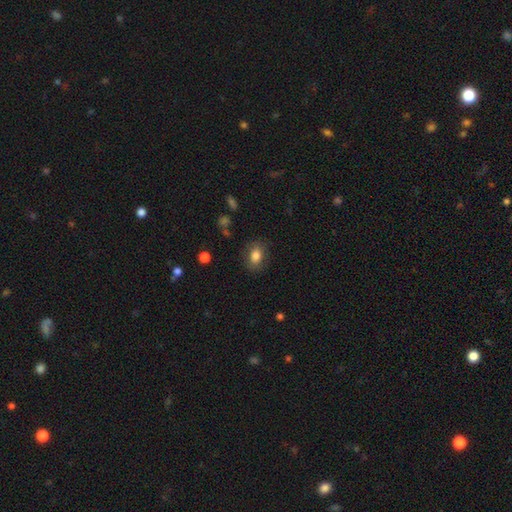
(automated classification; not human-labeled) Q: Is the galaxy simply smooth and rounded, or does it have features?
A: smooth — 81%.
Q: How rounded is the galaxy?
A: in between — 74%.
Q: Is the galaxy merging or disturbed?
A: none — 82%.